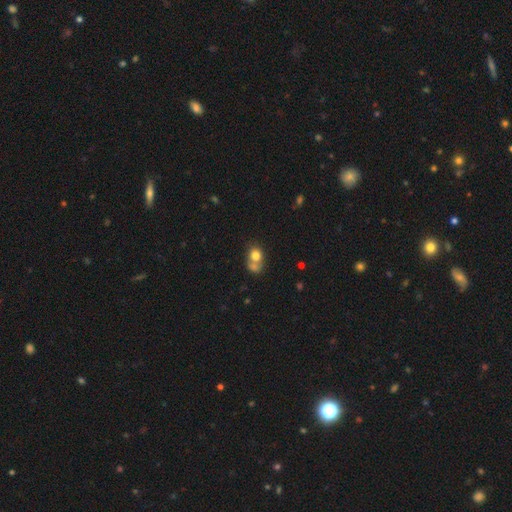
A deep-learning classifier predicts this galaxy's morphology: type=smooth (74%); roundness=round (65%); merging=merger (55%).